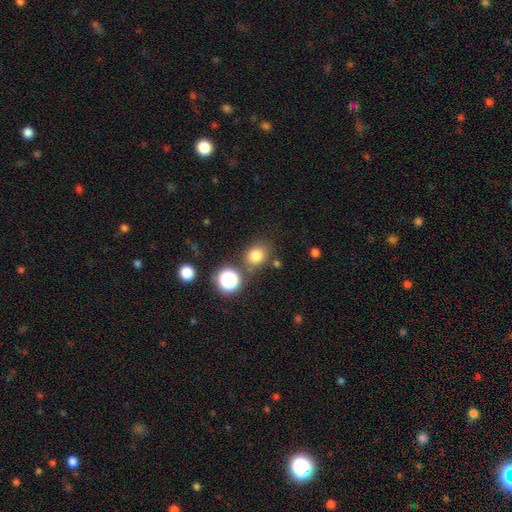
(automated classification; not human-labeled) Smooth or featured? smooth (78%)
How rounded? round (69%)
Merging? none (76%)